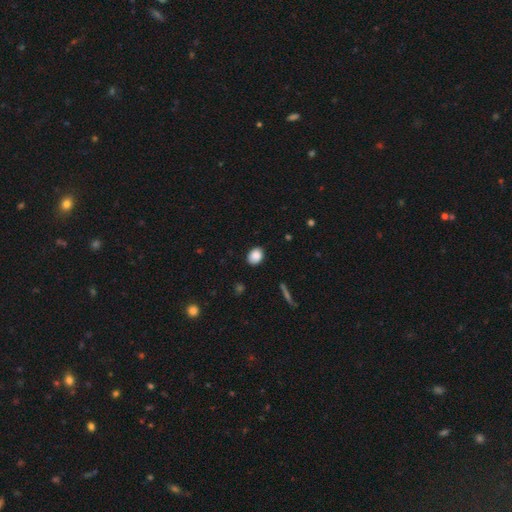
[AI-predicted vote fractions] This is clearly a smooth galaxy (88%). How rounded: likely in between (61%). Merging: clearly none (88%).